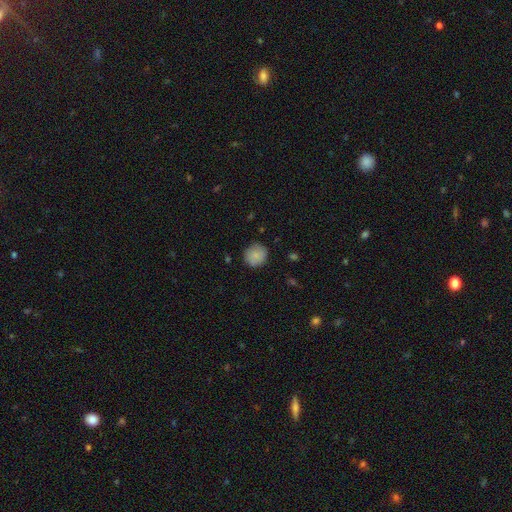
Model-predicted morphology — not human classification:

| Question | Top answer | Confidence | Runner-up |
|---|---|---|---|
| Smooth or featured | smooth | 86% | star or artifact (7%) |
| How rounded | round | 91% | in between (8%) |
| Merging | none | 85% | minor disturbance (11%) |